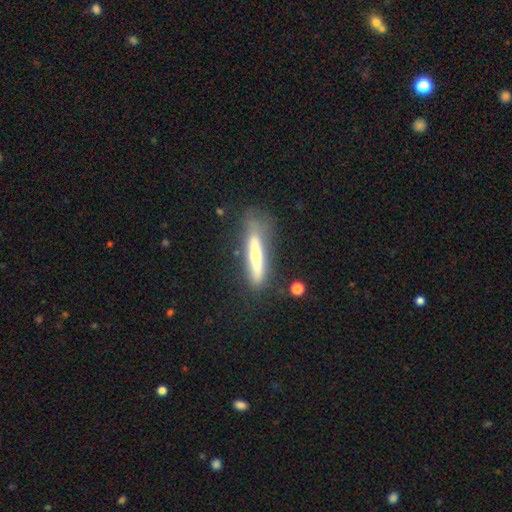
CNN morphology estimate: Smooth or featured?
  - smooth: 51% *
  - featured or disk: 42%
  - star or artifact: 7%
How rounded?
  - cigar-shaped: 88% *
  - in between: 10%
  - round: 2%
Merging?
  - none: 60% *
  - minor disturbance: 22%
  - major disturbance: 13%
  - merger: 4%